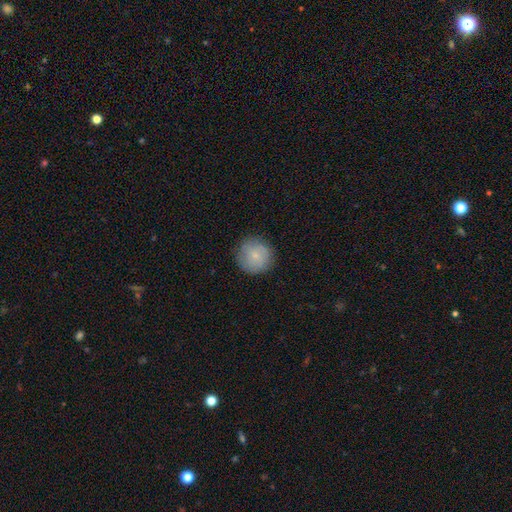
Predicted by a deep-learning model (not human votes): Overall: smooth (79%). How rounded: round (94%). Merging: none (84%).